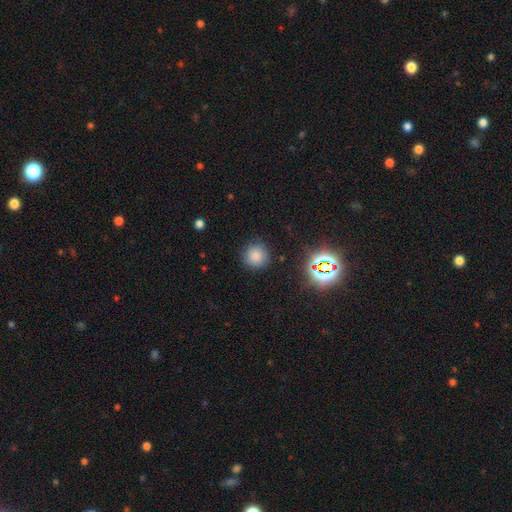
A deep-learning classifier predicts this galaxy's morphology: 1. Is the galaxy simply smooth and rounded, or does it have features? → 79% smooth, 16% star or artifact, 5% featured or disk.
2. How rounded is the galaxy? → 95% round, 4% in between, 1% cigar-shaped.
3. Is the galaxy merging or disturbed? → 88% none, 8% minor disturbance, 3% major disturbance, 1% merger.